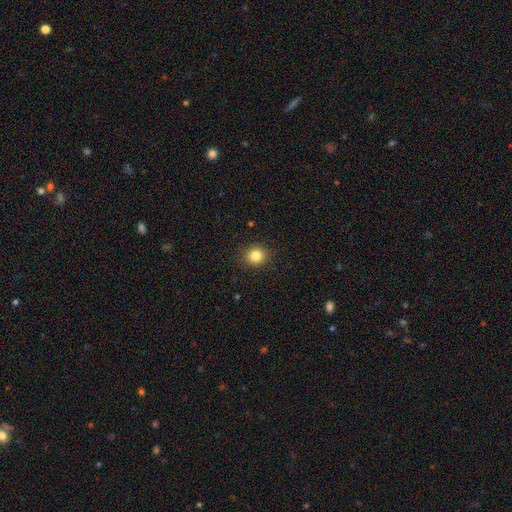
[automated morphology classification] Smooth or featured? smooth (83%)
How rounded? round (84%)
Merging? none (90%)